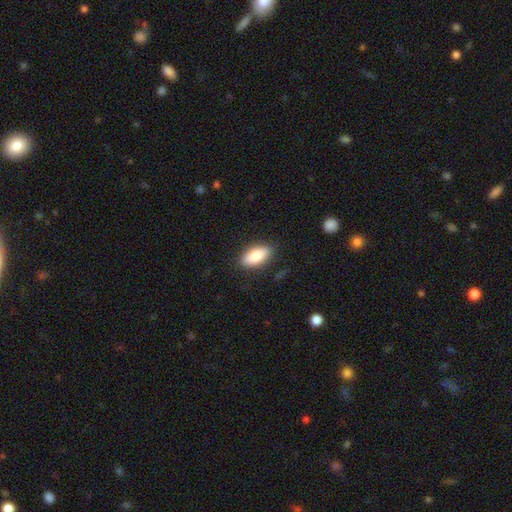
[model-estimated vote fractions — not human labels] This appears to be a smooth galaxy with no disk features (82%) that is in between round and cigar-shaped (89%). Merging: none (86%).